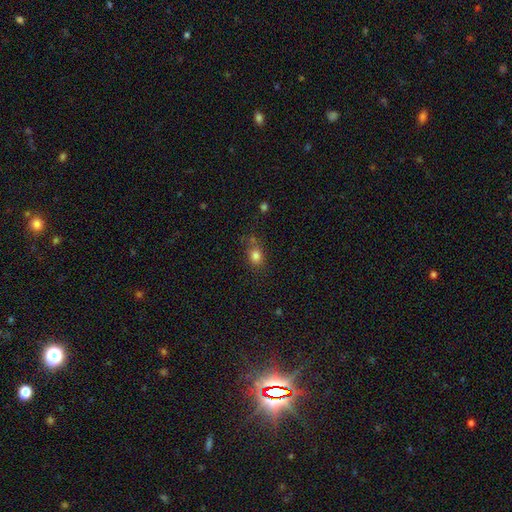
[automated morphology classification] type=smooth (80%); roundness=in between (50%); merging=none (67%).